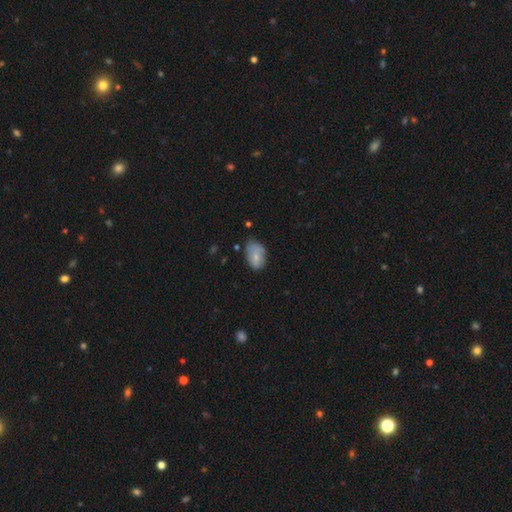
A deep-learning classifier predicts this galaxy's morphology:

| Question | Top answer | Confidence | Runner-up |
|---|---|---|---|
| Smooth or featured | smooth | 68% | featured or disk (24%) |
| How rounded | in between | 89% | round (9%) |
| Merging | none | 51% | minor disturbance (36%) |